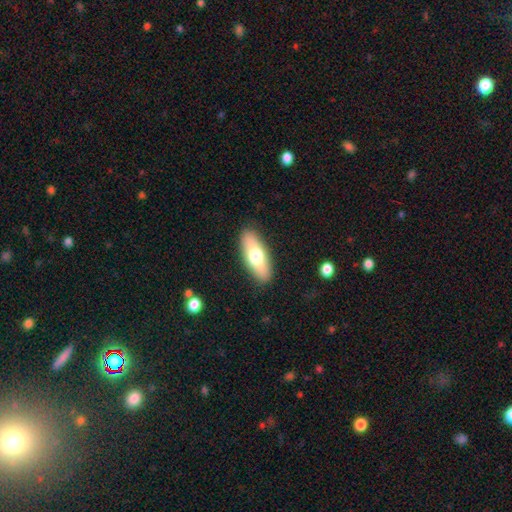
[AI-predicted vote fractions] This appears to be a smooth galaxy with no disk features (67%) that is in between round and cigar-shaped (68%). Merging: none (88%).